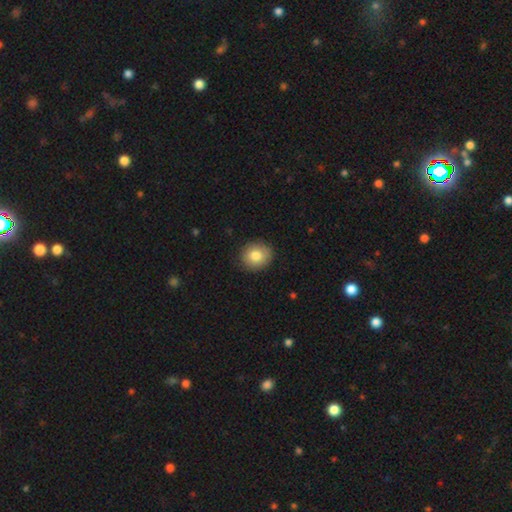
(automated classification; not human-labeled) This appears to be a smooth galaxy with no disk features (81%) that is round (80%). Merging: none (88%).